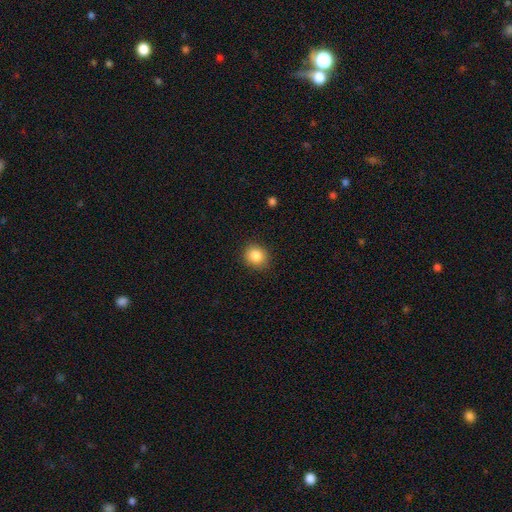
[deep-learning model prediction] smooth_or_featured: smooth (p=0.85) [alt: star or artifact p=0.10]
how_rounded: round (p=0.76) [alt: in between p=0.23]
merging: none (p=0.88) [alt: minor disturbance p=0.08]